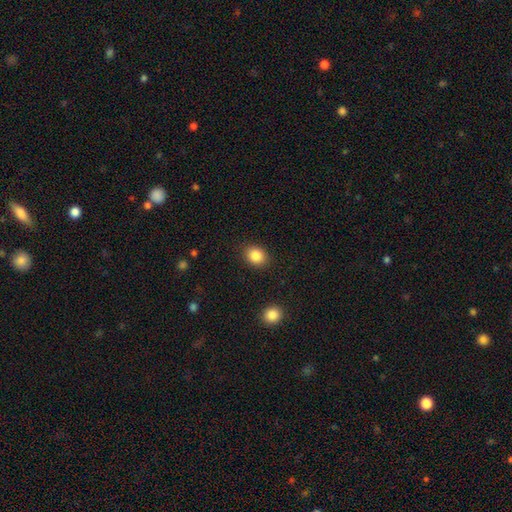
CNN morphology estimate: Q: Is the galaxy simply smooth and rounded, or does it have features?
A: smooth — 86%.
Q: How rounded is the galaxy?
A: round — 58%.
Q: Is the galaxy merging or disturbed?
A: none — 89%.